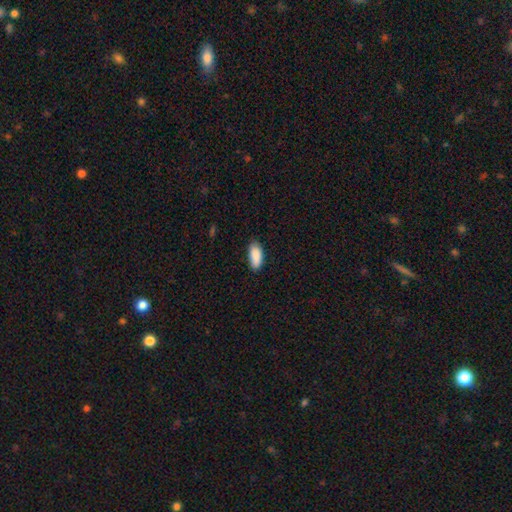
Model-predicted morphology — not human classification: Smooth or featured?
  - smooth: 89% *
  - star or artifact: 6%
  - featured or disk: 4%
How rounded?
  - in between: 87% *
  - cigar-shaped: 10%
  - round: 2%
Merging?
  - none: 77% *
  - minor disturbance: 19%
  - major disturbance: 3%
  - merger: 1%